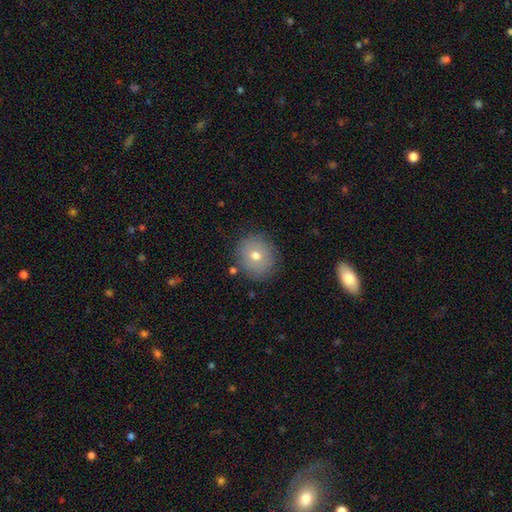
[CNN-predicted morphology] A smooth galaxy with no disk features (69%) that is round (86%). Merging: none (84%).